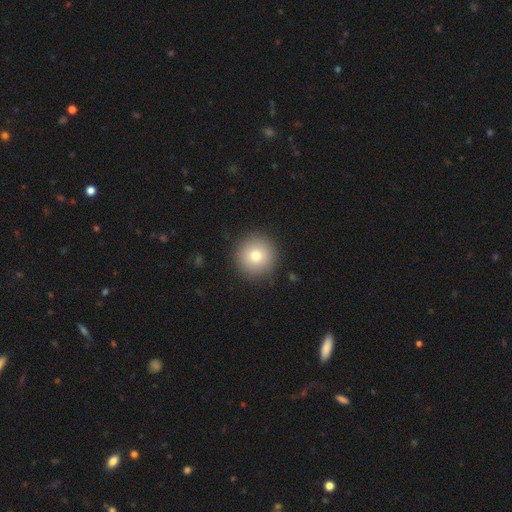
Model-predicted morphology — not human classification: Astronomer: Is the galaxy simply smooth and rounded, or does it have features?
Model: smooth — 77%.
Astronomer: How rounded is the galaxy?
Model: round — 96%.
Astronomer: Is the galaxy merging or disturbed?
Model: none — 91%.